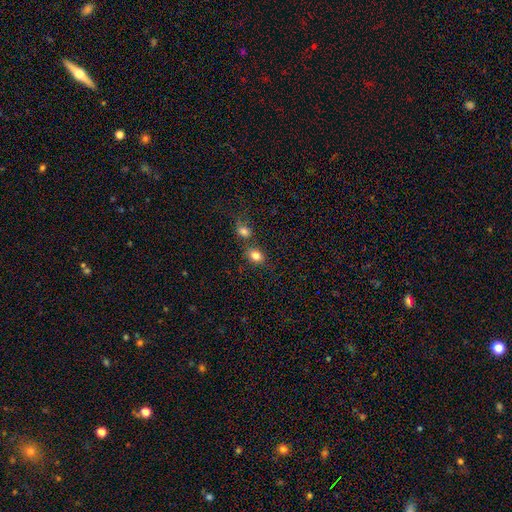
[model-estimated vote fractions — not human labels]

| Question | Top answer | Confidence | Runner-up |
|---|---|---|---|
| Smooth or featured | smooth | 82% | star or artifact (11%) |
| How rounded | in between | 63% | round (36%) |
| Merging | none | 63% | merger (22%) |